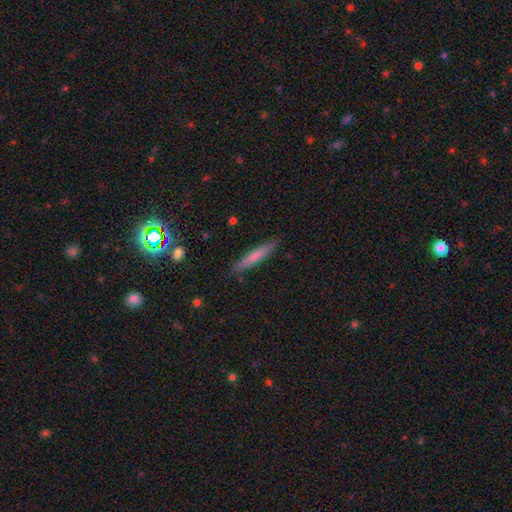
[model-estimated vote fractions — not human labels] A smooth galaxy with no disk features (64%) that is cigar-shaped (93%). Merging: none (88%).